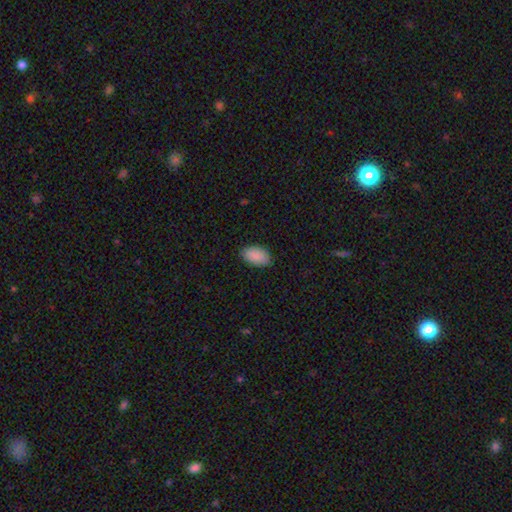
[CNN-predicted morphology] Overall: smooth (90%). How rounded: in between (94%). Merging: none (84%).